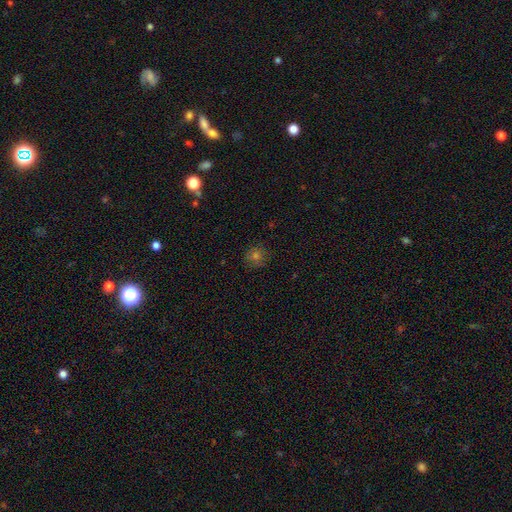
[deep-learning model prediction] A smooth galaxy with no disk features (64%) that is round (91%). Merging: none (86%).